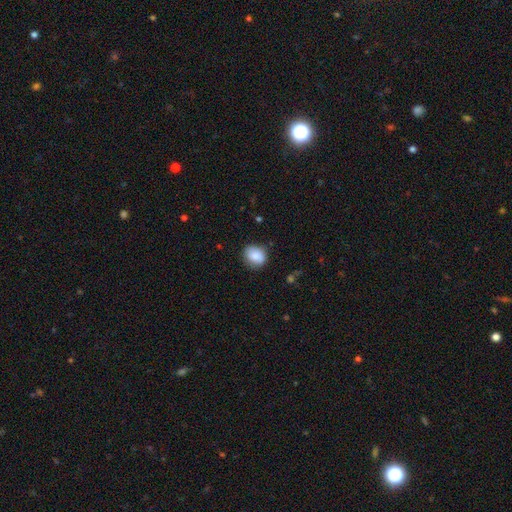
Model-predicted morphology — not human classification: type=smooth (83%); roundness=round (61%); merging=none (77%).